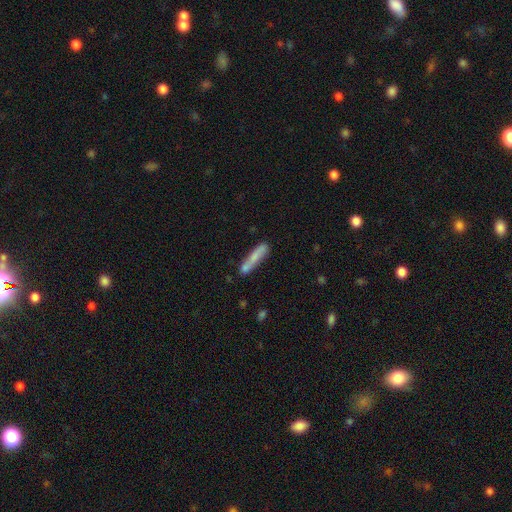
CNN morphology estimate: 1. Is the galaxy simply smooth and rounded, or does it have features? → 72% smooth, 21% featured or disk, 7% star or artifact.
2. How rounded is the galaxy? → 88% cigar-shaped, 11% in between, 2% round.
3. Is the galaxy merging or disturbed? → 58% none, 20% minor disturbance, 16% merger, 6% major disturbance.